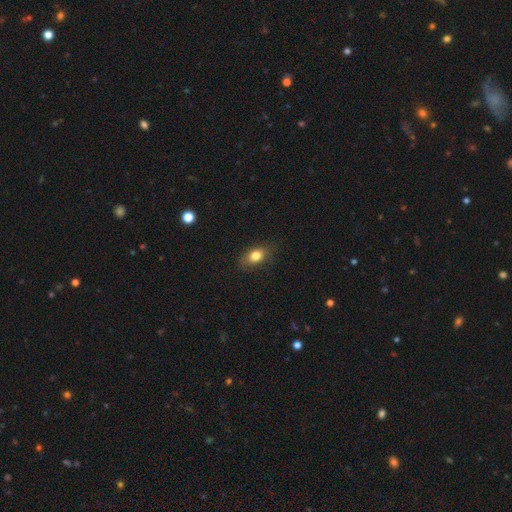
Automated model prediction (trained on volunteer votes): Smooth or featured?
  - smooth: 78% *
  - featured or disk: 12%
  - star or artifact: 9%
How rounded?
  - in between: 78% *
  - round: 18%
  - cigar-shaped: 4%
Merging?
  - none: 79% *
  - minor disturbance: 16%
  - major disturbance: 4%
  - merger: 1%